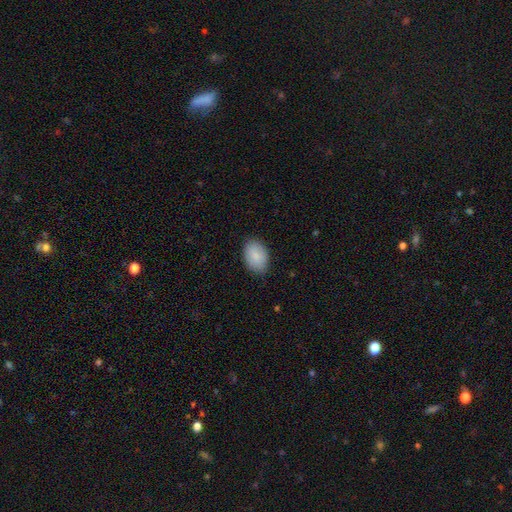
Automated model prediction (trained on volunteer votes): This appears to be a smooth galaxy with no disk features (87%) that is in between round and cigar-shaped (89%). Merging: none (82%).